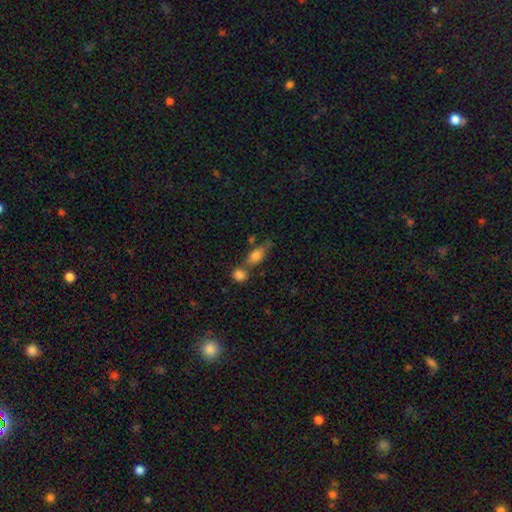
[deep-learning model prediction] Morphology: type=smooth (75%); roundness=in between (72%); merging=none (44%).